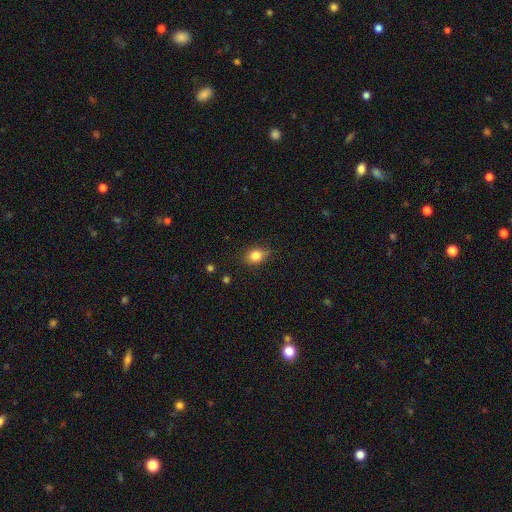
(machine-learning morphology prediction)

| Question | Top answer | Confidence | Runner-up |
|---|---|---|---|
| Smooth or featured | smooth | 82% | star or artifact (11%) |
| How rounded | round | 51% | in between (48%) |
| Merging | none | 77% | minor disturbance (18%) |